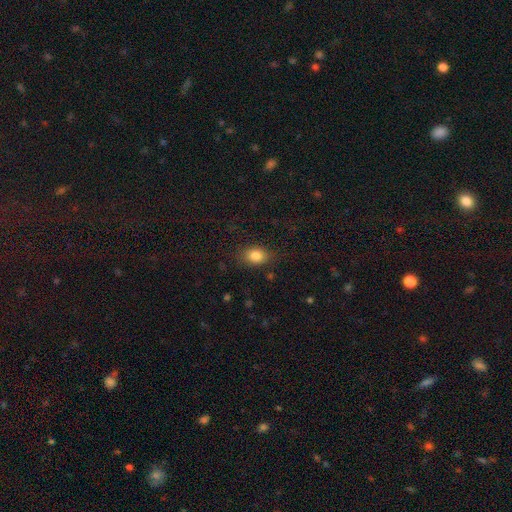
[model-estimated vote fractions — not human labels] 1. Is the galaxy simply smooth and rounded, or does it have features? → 83% smooth, 10% star or artifact, 7% featured or disk.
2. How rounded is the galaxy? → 72% in between, 27% round, 1% cigar-shaped.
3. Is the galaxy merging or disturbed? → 82% none, 13% minor disturbance, 4% major disturbance, 1% merger.